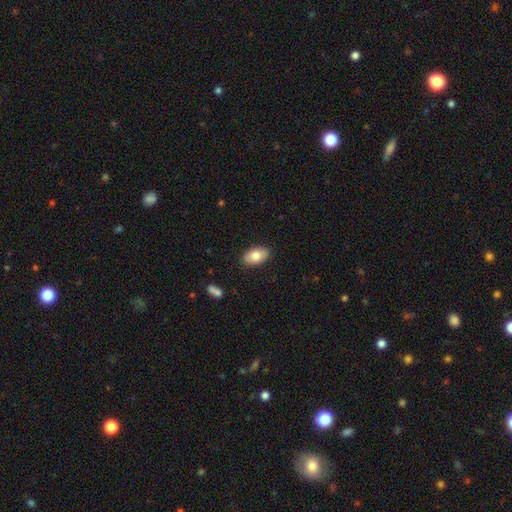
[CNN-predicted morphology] Smooth or featured? Predicted: smooth (p=0.80). How rounded? Predicted: in between (p=0.92). Merging? Predicted: none (p=0.88).